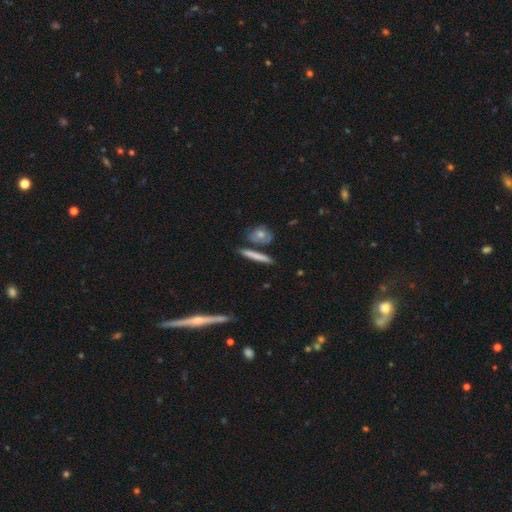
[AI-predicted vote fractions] A smooth galaxy with no disk features (64%) that is cigar-shaped (82%).

Vote fractions:
- Smooth or featured? smooth: 64% / featured or disk: 29% / star or artifact: 6%
- How rounded? cigar-shaped: 82% / in between: 11% / round: 7%
- Merging? none: 76% / minor disturbance: 11% / merger: 10% / major disturbance: 3%